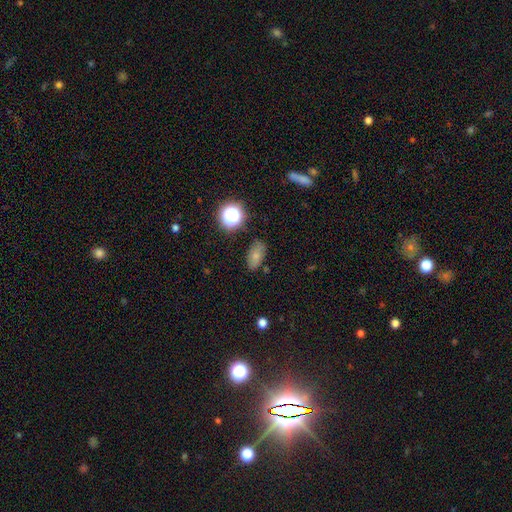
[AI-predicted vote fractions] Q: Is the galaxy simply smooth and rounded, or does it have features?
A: smooth — 73%.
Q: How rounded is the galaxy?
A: in between — 86%.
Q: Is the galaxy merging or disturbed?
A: none — 77%.